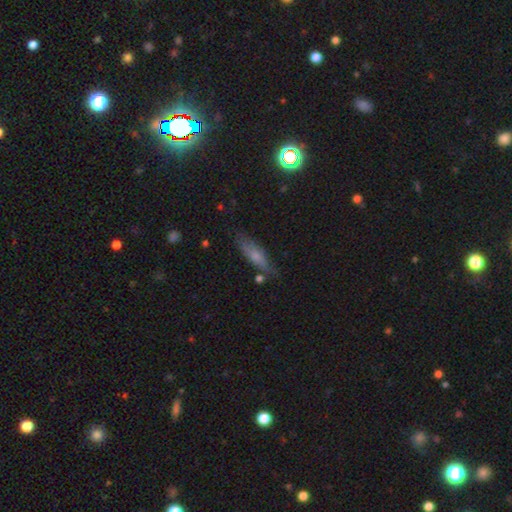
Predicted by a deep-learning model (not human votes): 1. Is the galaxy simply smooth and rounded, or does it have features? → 59% smooth, 32% featured or disk, 9% star or artifact.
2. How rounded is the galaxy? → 56% cigar-shaped, 41% in between, 3% round.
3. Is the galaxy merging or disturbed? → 71% none, 20% minor disturbance, 5% major disturbance, 4% merger.